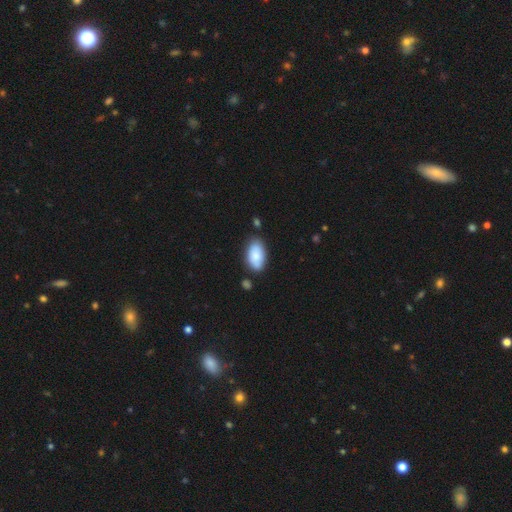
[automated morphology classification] type=smooth (83%); roundness=in between (95%); merging=none (73%).